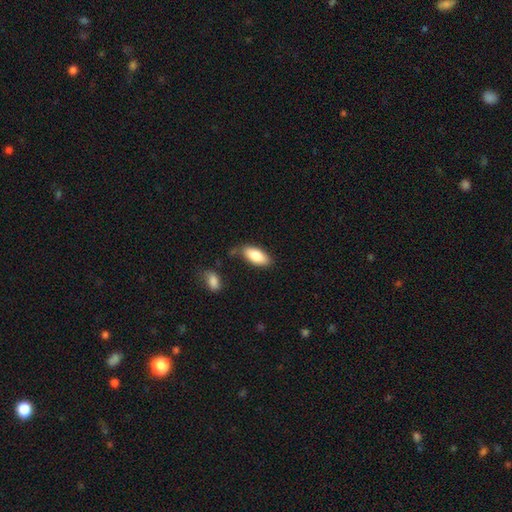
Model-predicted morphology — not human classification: smooth-or-featured: smooth: 82% | featured or disk: 11% | star or artifact: 6%
  how-rounded: in between: 88% | cigar-shaped: 10% | round: 2%
  merging: none: 73% | minor disturbance: 17% | merger: 6% | major disturbance: 4%